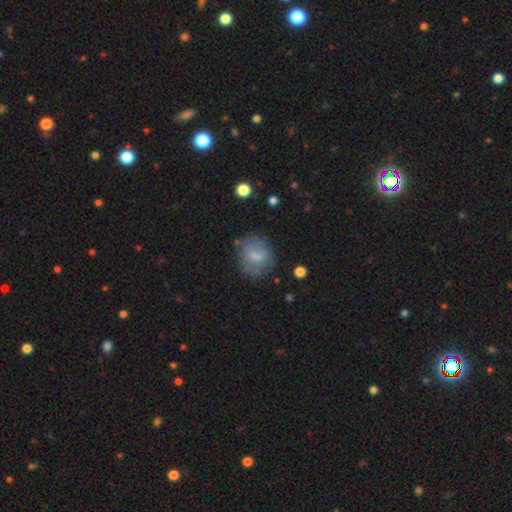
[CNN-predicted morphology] Smooth or featured: smooth — 65% (featured or disk — 26%)
How rounded: round — 61% (in between — 37%)
Merging: none — 62% (minor disturbance — 22%)